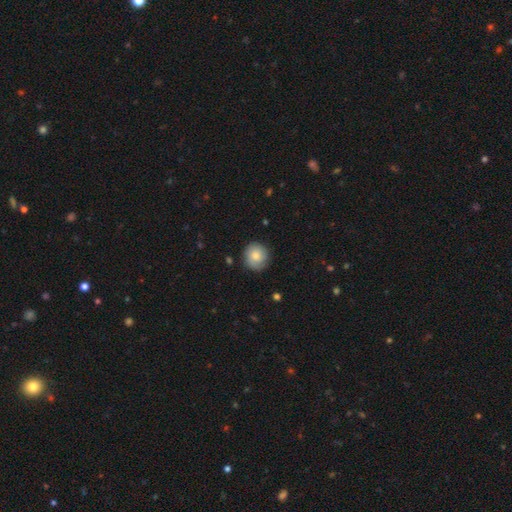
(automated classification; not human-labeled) This is likely a smooth galaxy (77%). How rounded: clearly round (91%). Merging: clearly none (84%).